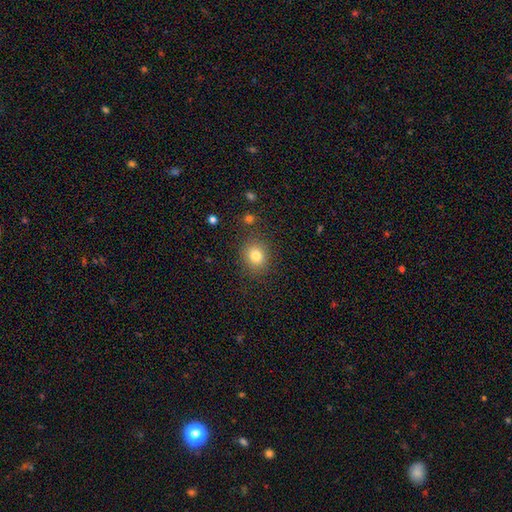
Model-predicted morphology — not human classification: The model was most divided on "how rounded": round: 75%, in between: 24%, cigar-shaped: 1%. More confident: merging — none (85%); smooth or featured — smooth (80%).